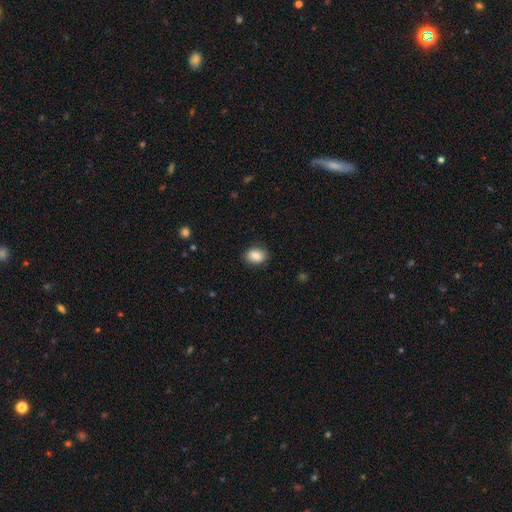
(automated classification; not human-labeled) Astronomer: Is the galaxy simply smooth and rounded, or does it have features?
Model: smooth — 84%.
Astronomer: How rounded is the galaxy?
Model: in between — 64%.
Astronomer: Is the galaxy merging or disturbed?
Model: none — 87%.